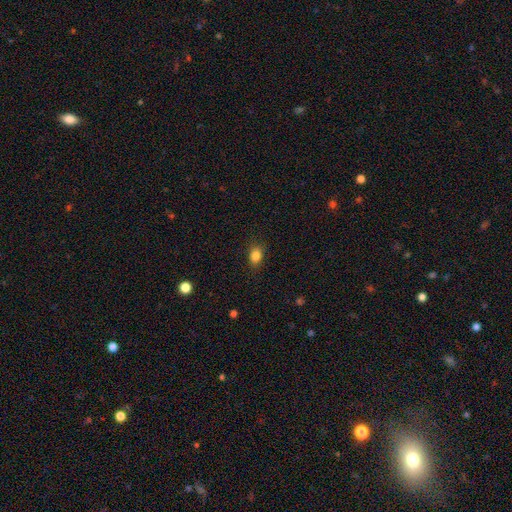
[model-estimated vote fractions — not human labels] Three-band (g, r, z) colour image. It shows a smooth galaxy with no disk features (85%) that is in between round and cigar-shaped (74%). Merging: none (85%).